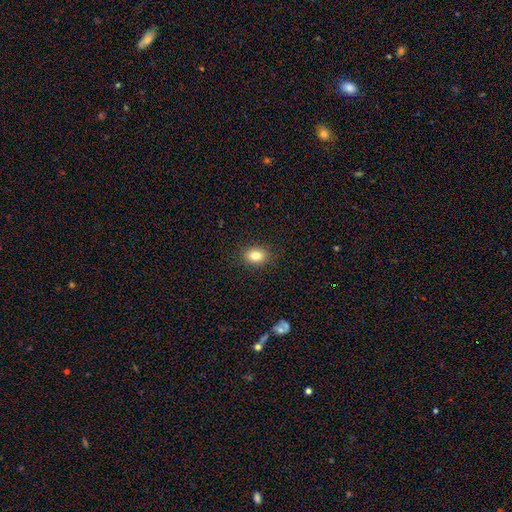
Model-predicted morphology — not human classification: Overall: smooth (83%). How rounded: in between (70%). Merging: none (88%).